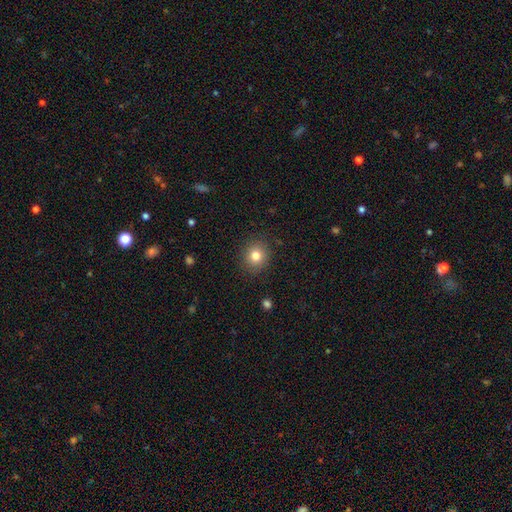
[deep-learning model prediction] Q: Smooth or featured?
A: smooth (81%); runner-up: star or artifact (11%)
Q: How rounded?
A: round (83%); runner-up: in between (17%)
Q: Merging?
A: none (88%); runner-up: minor disturbance (8%)